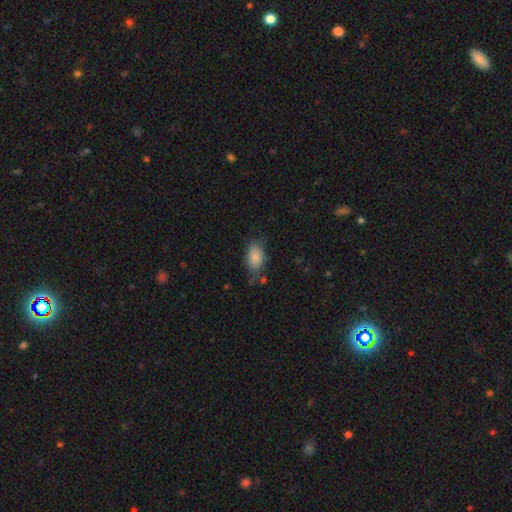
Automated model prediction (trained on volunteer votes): Morphology: type=smooth (85%); roundness=in between (91%); merging=none (71%).